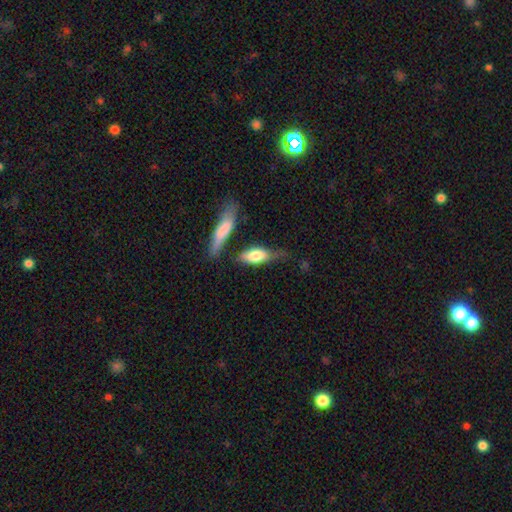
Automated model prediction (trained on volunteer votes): This is likely a smooth galaxy (67%). How rounded: likely in between (61%). Merging: possibly none (50%).